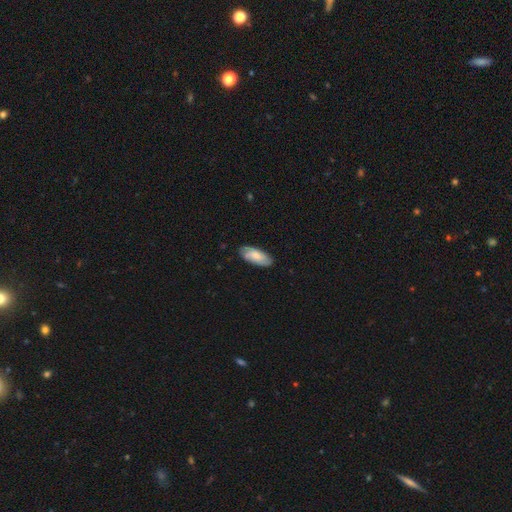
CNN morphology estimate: This is likely a smooth galaxy (62%). How rounded: clearly in between (85%). Merging: clearly none (82%).